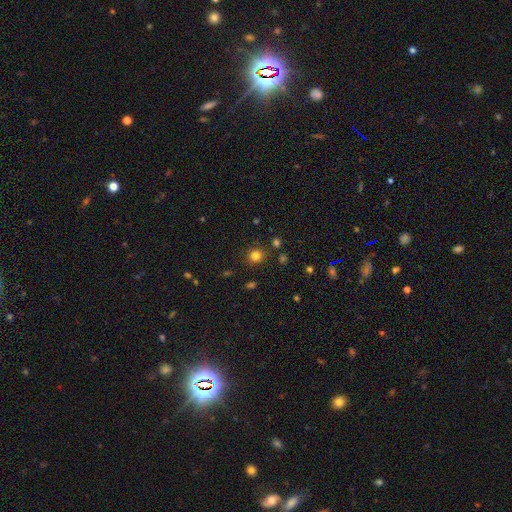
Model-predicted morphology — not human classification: Smooth or featured? Predicted: smooth (p=0.80). How rounded? Predicted: round (p=0.84). Merging? Predicted: none (p=0.87).